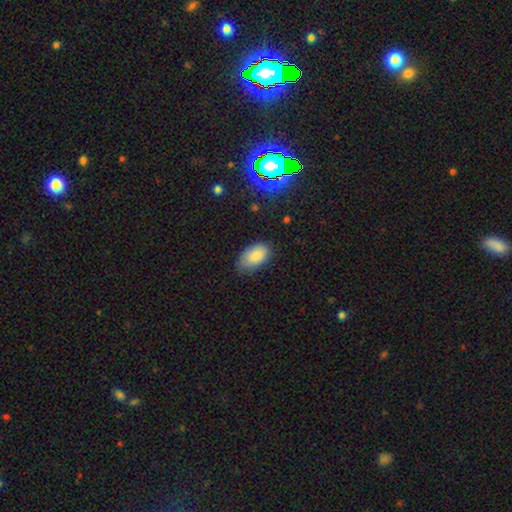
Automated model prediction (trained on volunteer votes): smooth-or-featured: smooth: 84% | featured or disk: 9% | star or artifact: 8%
  how-rounded: in between: 94% | round: 4% | cigar-shaped: 2%
  merging: none: 73% | minor disturbance: 21% | major disturbance: 4% | merger: 1%